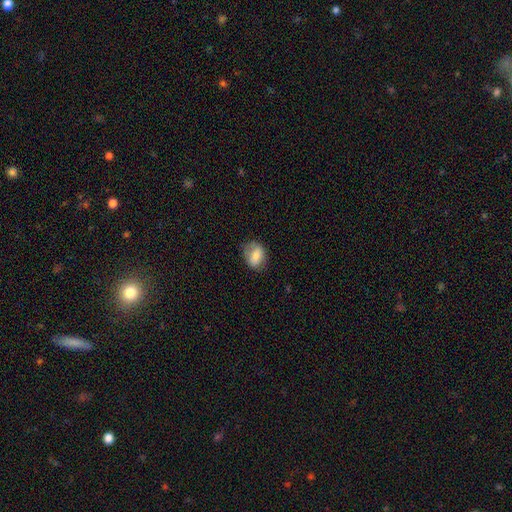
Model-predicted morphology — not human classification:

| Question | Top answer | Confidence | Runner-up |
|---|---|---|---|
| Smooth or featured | smooth | 73% | featured or disk (20%) |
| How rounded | in between | 70% | round (28%) |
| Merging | none | 69% | minor disturbance (22%) |